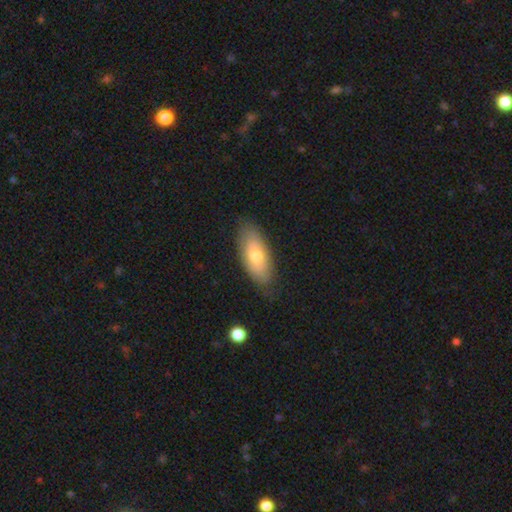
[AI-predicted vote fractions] smooth_or_featured: smooth (p=0.67) [alt: featured or disk p=0.27]
how_rounded: in between (p=0.86) [alt: cigar-shaped p=0.11]
merging: none (p=0.79) [alt: minor disturbance p=0.16]